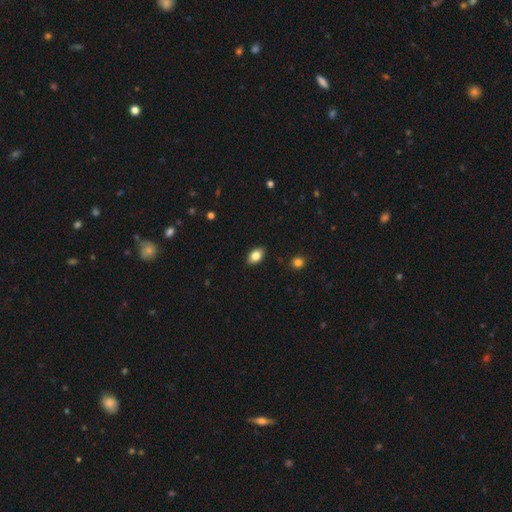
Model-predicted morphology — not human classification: Smooth or featured? smooth (83%)
How rounded? in between (87%)
Merging? none (89%)